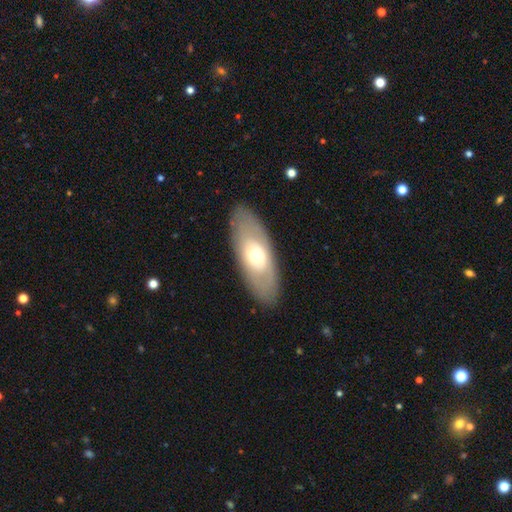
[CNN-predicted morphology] Q: Smooth or featured?
A: smooth (49%); runner-up: featured or disk (45%)
Q: Merging?
A: none (86%); runner-up: minor disturbance (9%)